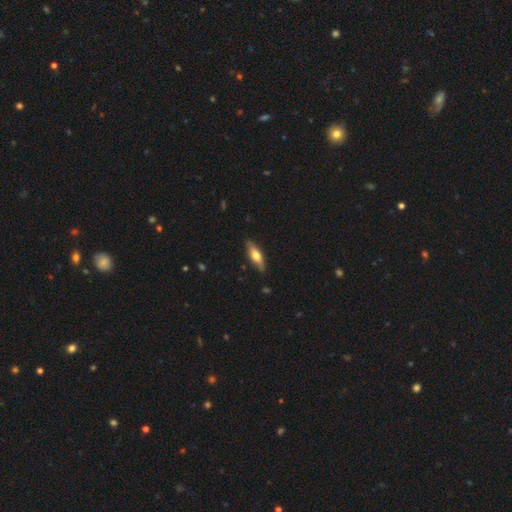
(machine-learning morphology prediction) Smooth or featured: smooth — 48% (featured or disk — 46%)
Merging: none — 86% (minor disturbance — 11%)